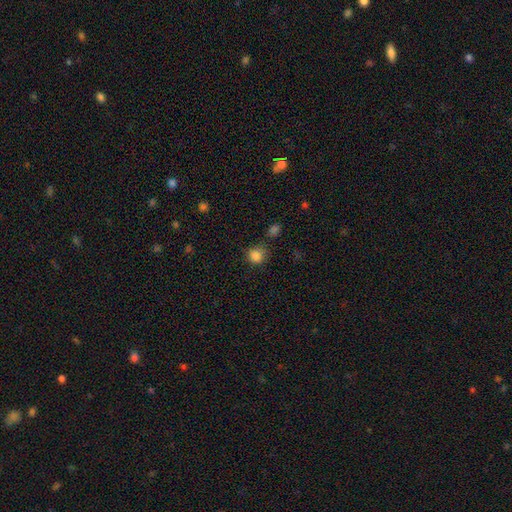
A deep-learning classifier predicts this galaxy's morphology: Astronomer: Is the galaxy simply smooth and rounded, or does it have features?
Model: smooth — 83%.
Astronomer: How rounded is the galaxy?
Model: round — 84%.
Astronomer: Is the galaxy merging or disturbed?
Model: none — 66%.